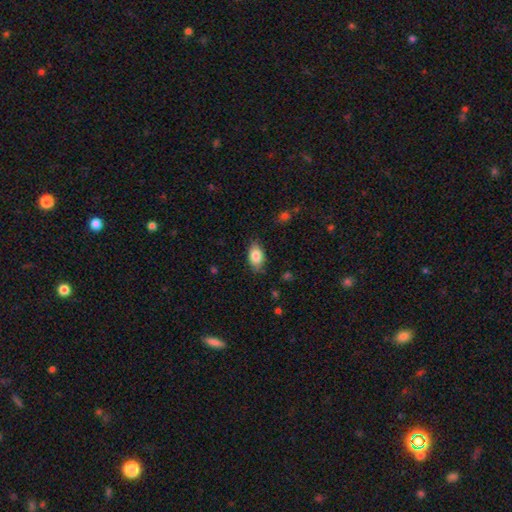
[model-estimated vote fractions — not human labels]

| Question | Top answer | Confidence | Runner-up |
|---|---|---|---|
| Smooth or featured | smooth | 84% | featured or disk (9%) |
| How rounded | in between | 91% | round (7%) |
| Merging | none | 81% | minor disturbance (15%) |